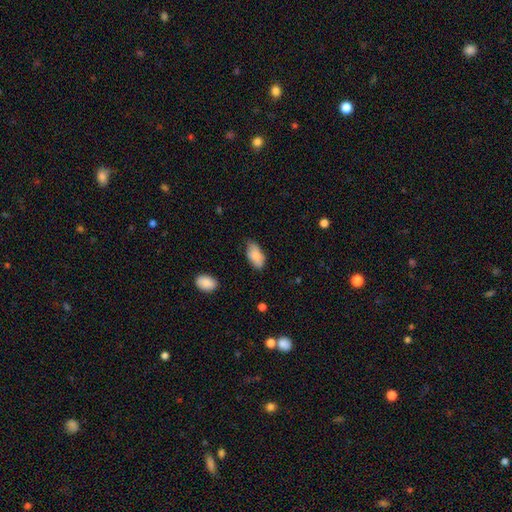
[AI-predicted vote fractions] Morphology: type=smooth (84%); roundness=in between (93%); merging=none (69%).